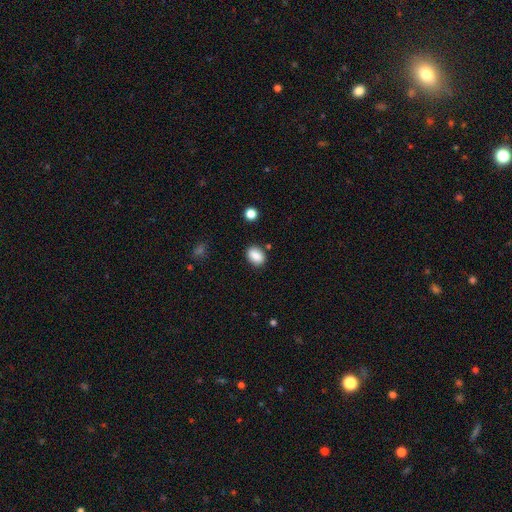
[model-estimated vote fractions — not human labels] A smooth galaxy with no disk features (86%) that is in between round and cigar-shaped (76%).

Vote fractions:
- Smooth or featured? smooth: 86% / star or artifact: 8% / featured or disk: 5%
- How rounded? in between: 76% / round: 22% / cigar-shaped: 1%
- Merging? none: 83% / minor disturbance: 11% / merger: 3% / major disturbance: 3%